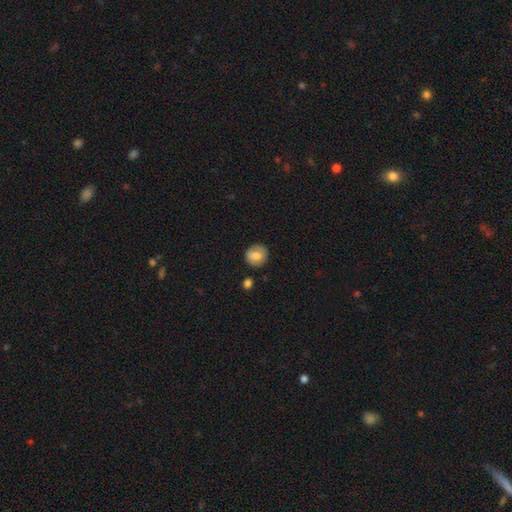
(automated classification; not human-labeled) The model was most divided on "smooth or featured": smooth: 69%, featured or disk: 23%, star or artifact: 8%. More confident: how rounded — round (86%); merging — none (84%).